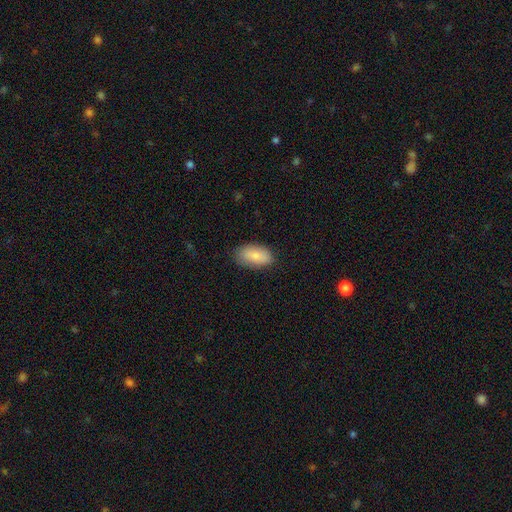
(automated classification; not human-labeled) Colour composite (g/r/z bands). It shows a smooth galaxy with no disk features (86%) that is in between round and cigar-shaped (93%). Merging: none (83%).